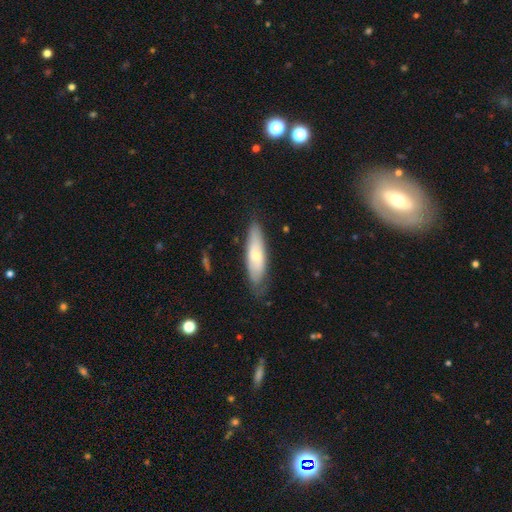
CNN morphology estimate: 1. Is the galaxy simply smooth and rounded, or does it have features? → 56% smooth, 38% featured or disk, 6% star or artifact.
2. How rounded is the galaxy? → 54% cigar-shaped, 44% in between, 2% round.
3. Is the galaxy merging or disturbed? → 74% none, 20% minor disturbance, 4% major disturbance, 1% merger.